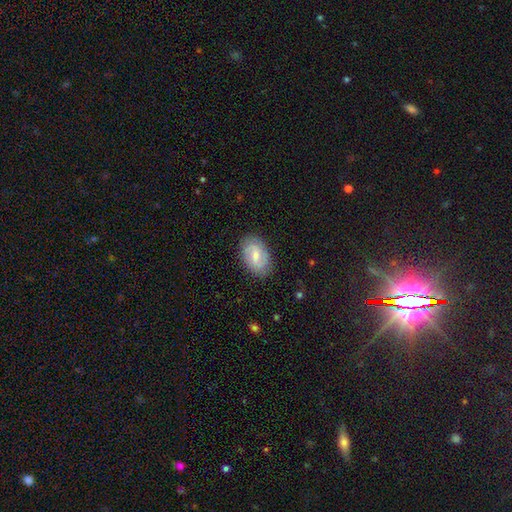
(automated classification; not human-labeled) This is possibly a featured or disk galaxy (58%). It is clearly not viewed edge-on (96%). Bar: possibly weak (58%). Spiral arm pattern: clearly yes (82%). Central bulge: possibly small (50%). Merging: clearly none (83%).